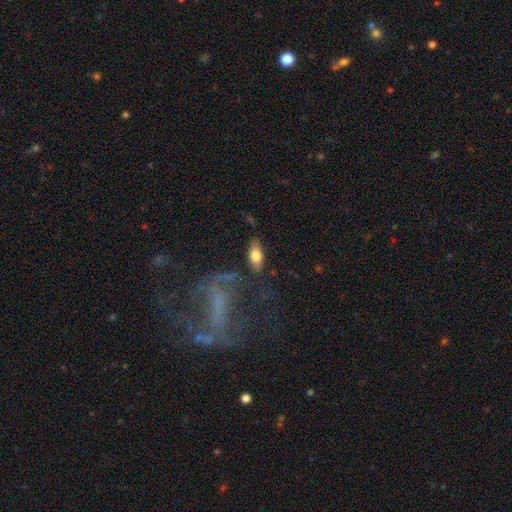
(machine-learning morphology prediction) A smooth galaxy with no disk features (73%) that is in between round and cigar-shaped (86%). Merging: none (80%).